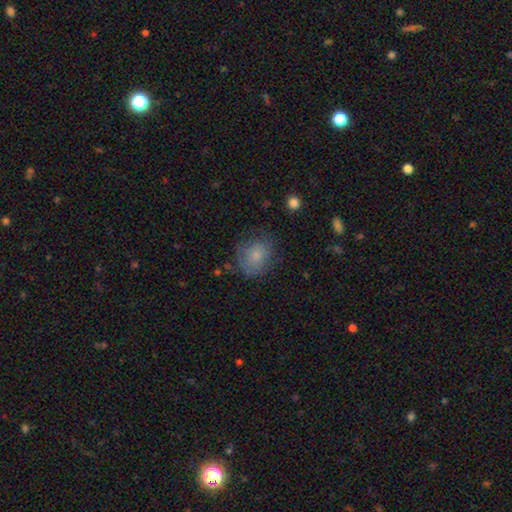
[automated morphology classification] Overall: smooth (74%). How rounded: round (66%; in between 33%). Merging: none (65%).